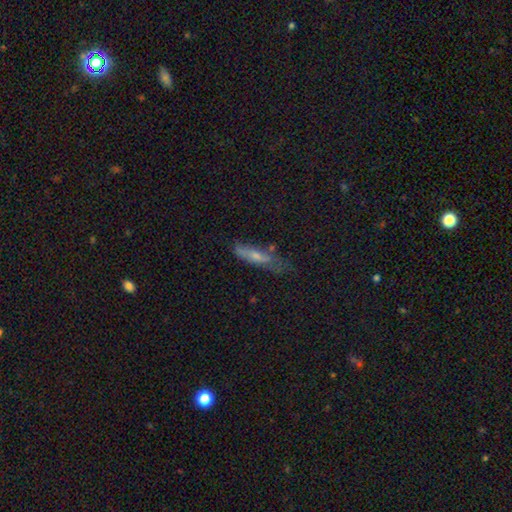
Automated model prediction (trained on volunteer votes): A smooth galaxy with no disk features (55%) that is cigar-shaped (68%). Merging: none (51%).